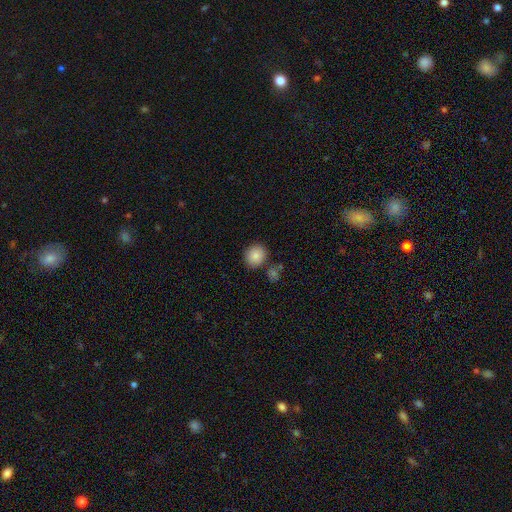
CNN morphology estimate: Smooth or featured?
  - smooth: 86% *
  - star or artifact: 9%
  - featured or disk: 5%
How rounded?
  - round: 82% *
  - in between: 17%
  - cigar-shaped: 1%
Merging?
  - none: 80% *
  - minor disturbance: 9%
  - merger: 8%
  - major disturbance: 3%